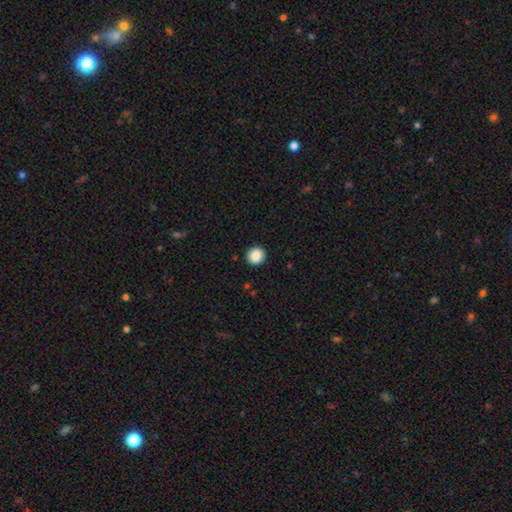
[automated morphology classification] smooth_or_featured: smooth (p=0.88) [alt: star or artifact p=0.09]
how_rounded: round (p=0.91) [alt: in between p=0.08]
merging: none (p=0.91) [alt: minor disturbance p=0.06]